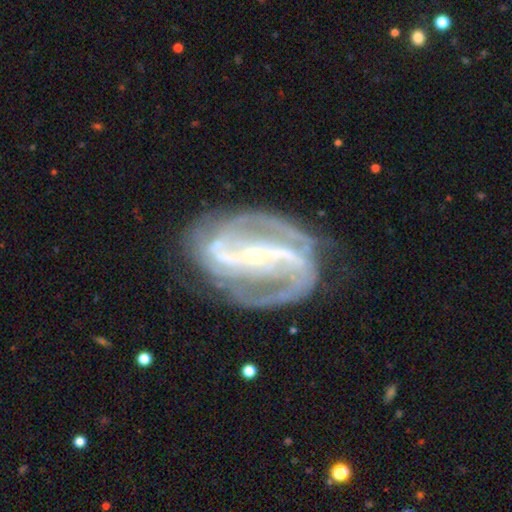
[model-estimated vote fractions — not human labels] Smooth or featured: featured or disk — 90% (star or artifact — 6%)
Edge-on disk: no — 96% (yes — 4%)
Bar: strong — 70% (weak — 18%)
Spiral arms: yes — 95% (no — 5%)
Spiral winding: medium — 47% (tight — 34%)
Spiral arm count: 2 — 75% (can't tell — 8%)
Bulge size: small — 81% (moderate — 15%)
Merging: none — 66% (minor disturbance — 19%)